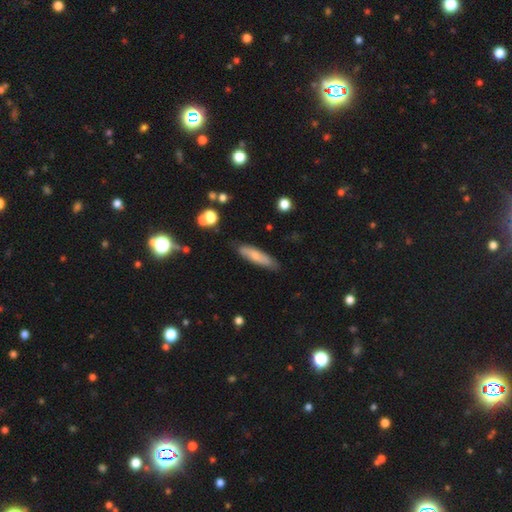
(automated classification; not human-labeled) Overall: smooth (67%; featured or disk 27%). How rounded: cigar-shaped (71%). Merging: none (80%).